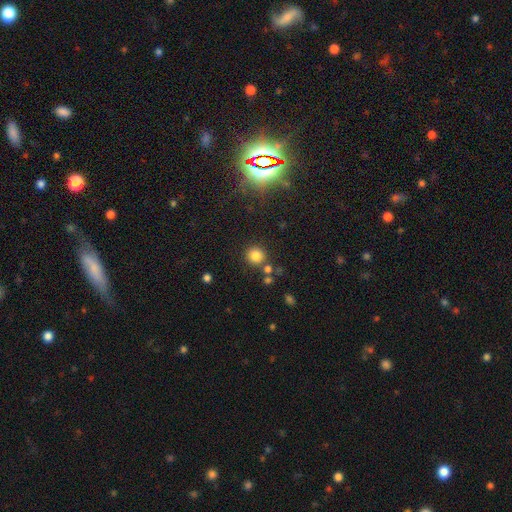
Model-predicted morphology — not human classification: smooth-or-featured: smooth: 81% | star or artifact: 14% | featured or disk: 5%
  how-rounded: round: 91% | in between: 8% | cigar-shaped: 1%
  merging: none: 80% | merger: 8% | minor disturbance: 8% | major disturbance: 3%